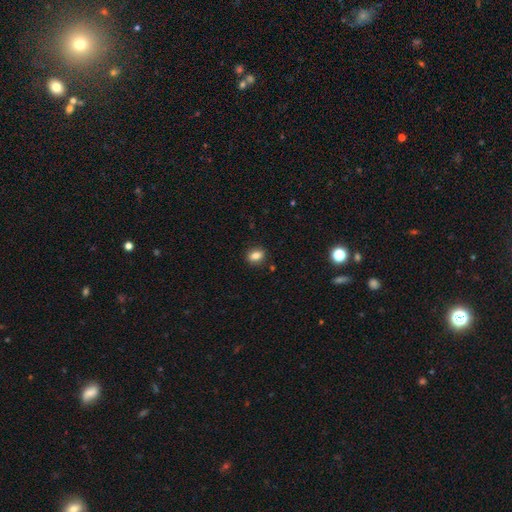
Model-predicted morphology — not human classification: type=smooth (83%); roundness=in between (66%); merging=none (88%).